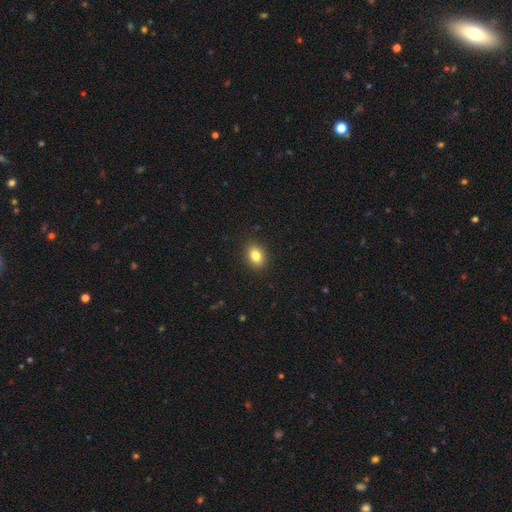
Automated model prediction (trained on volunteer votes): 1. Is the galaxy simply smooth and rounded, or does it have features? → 84% smooth, 9% star or artifact, 7% featured or disk.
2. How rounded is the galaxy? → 73% in between, 26% round, 1% cigar-shaped.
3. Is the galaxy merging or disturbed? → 90% none, 7% minor disturbance, 2% major disturbance, 1% merger.